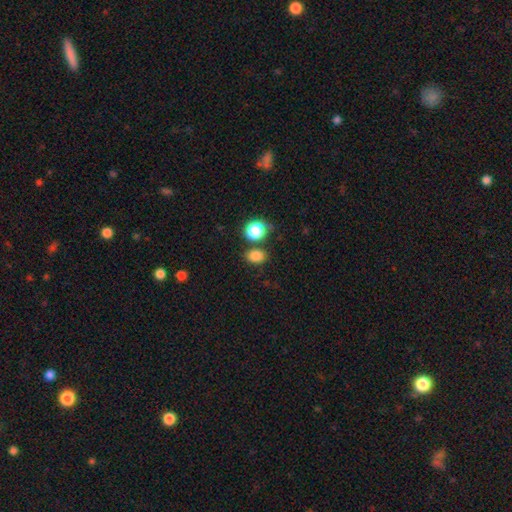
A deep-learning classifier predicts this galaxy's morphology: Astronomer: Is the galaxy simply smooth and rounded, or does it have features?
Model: smooth — 83%.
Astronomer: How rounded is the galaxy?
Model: in between — 61% (runner-up: round, 38%).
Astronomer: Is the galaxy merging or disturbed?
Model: none — 73%.